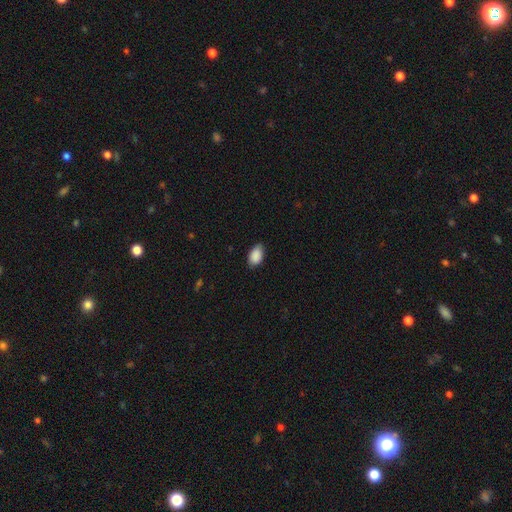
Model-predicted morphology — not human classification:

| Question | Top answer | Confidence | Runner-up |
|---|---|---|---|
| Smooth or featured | smooth | 90% | star or artifact (7%) |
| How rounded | in between | 92% | round (7%) |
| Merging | none | 78% | minor disturbance (18%) |